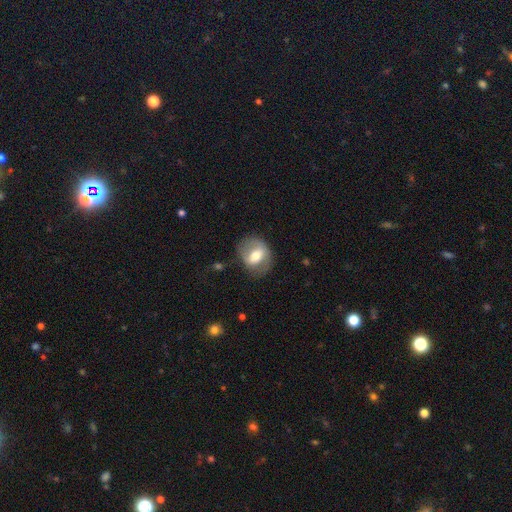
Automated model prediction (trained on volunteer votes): This is possibly a smooth galaxy (47%). Merging: likely none (68%).